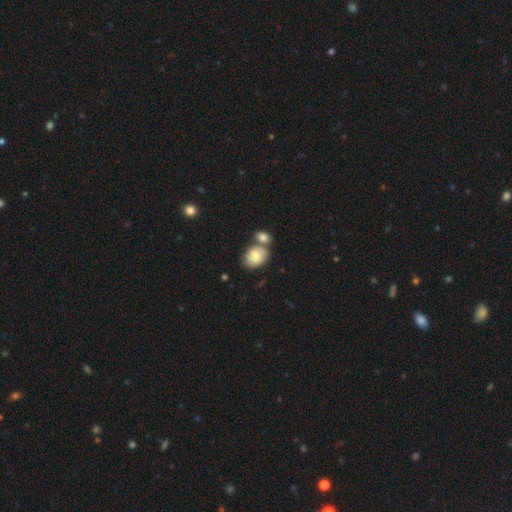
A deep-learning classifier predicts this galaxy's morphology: Smooth or featured?
  - smooth: 77% *
  - featured or disk: 16%
  - star or artifact: 7%
How rounded?
  - in between: 66% *
  - round: 33%
  - cigar-shaped: 1%
Merging?
  - none: 47% *
  - merger: 37%
  - minor disturbance: 12%
  - major disturbance: 4%